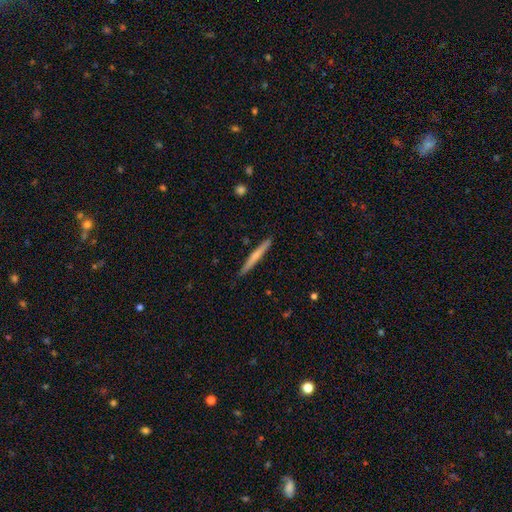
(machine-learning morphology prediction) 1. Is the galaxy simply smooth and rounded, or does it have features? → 50% smooth, 45% featured or disk, 5% star or artifact.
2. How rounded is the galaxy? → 96% cigar-shaped, 2% in between, 1% round.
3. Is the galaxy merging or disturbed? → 90% none, 8% minor disturbance, 1% major disturbance, 1% merger.